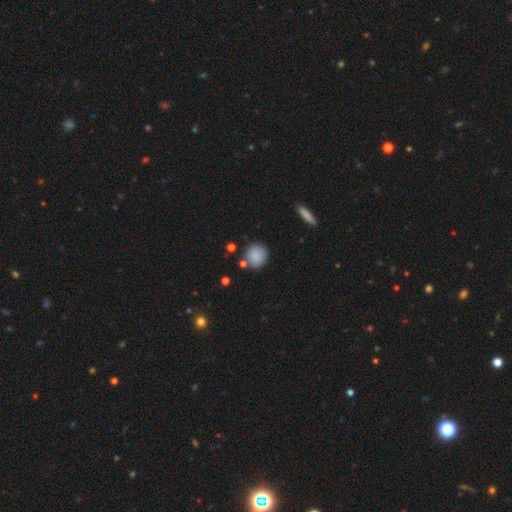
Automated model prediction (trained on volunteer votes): Smooth or featured? smooth (87%)
How rounded? round (89%)
Merging? none (80%)